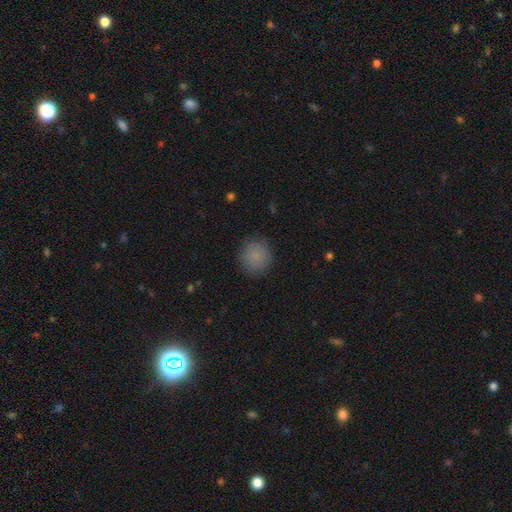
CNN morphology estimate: A smooth galaxy with no disk features (86%) that is round (93%).

Vote fractions:
- Smooth or featured? smooth: 86% / star or artifact: 10% / featured or disk: 5%
- How rounded? round: 93% / in between: 6% / cigar-shaped: 1%
- Merging? none: 88% / minor disturbance: 9% / major disturbance: 3% / merger: 1%